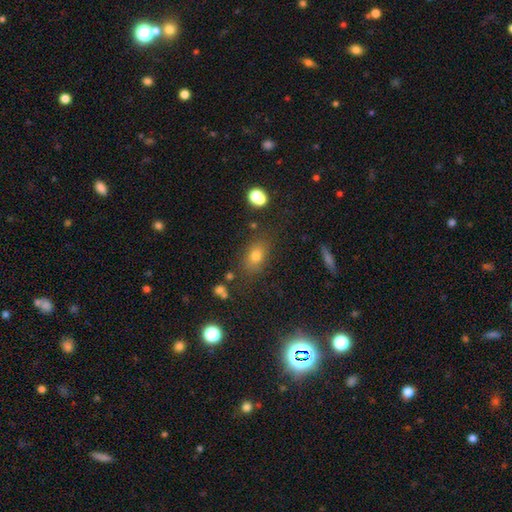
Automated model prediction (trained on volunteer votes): smooth-or-featured: smooth: 70% | star or artifact: 19% | featured or disk: 11%
  how-rounded: in between: 70% | round: 26% | cigar-shaped: 3%
  merging: none: 78% | minor disturbance: 13% | major disturbance: 5% | merger: 4%